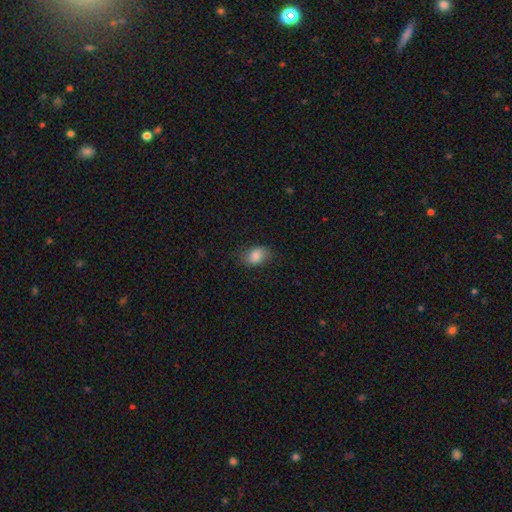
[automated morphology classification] Smooth or featured?
  - smooth: 84% *
  - star or artifact: 8%
  - featured or disk: 8%
How rounded?
  - in between: 82% *
  - round: 16%
  - cigar-shaped: 1%
Merging?
  - none: 72% *
  - minor disturbance: 21%
  - major disturbance: 6%
  - merger: 1%